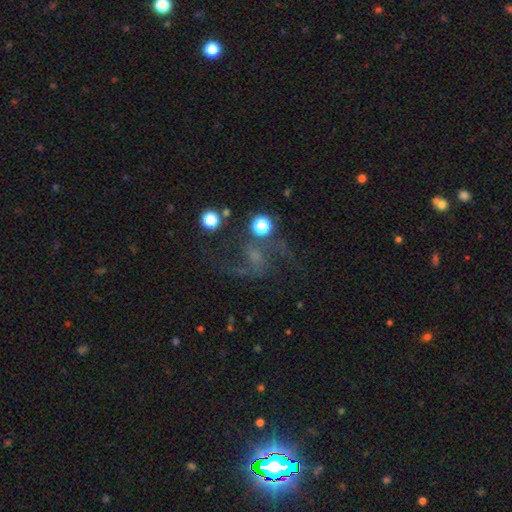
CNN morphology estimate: type=featured or disk (58%); edge-on=no (97%); bar=no (56%); spiral arms=yes (82%); bulge=small (39%); merging=none (54%).